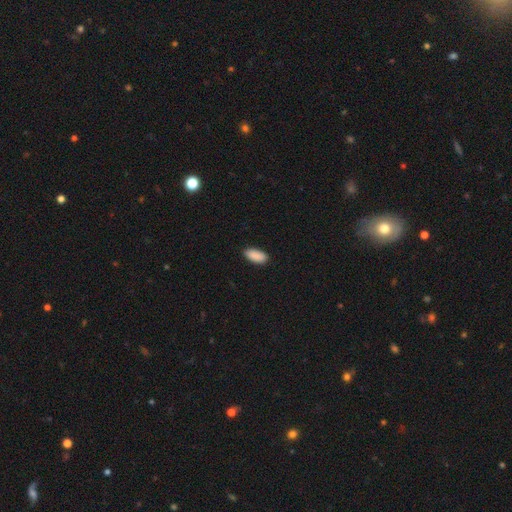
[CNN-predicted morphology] smooth-or-featured: smooth: 91% | star or artifact: 6% | featured or disk: 3%
  how-rounded: in between: 92% | cigar-shaped: 6% | round: 2%
  merging: none: 88% | minor disturbance: 9% | major disturbance: 2% | merger: 1%